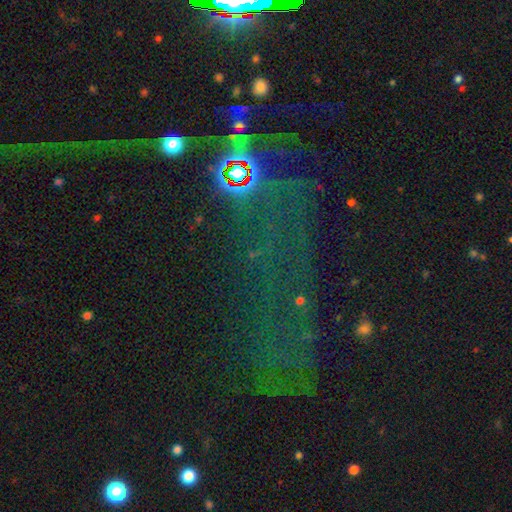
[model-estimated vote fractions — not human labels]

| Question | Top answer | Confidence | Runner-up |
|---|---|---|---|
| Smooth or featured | star or artifact | 71% | smooth (15%) |